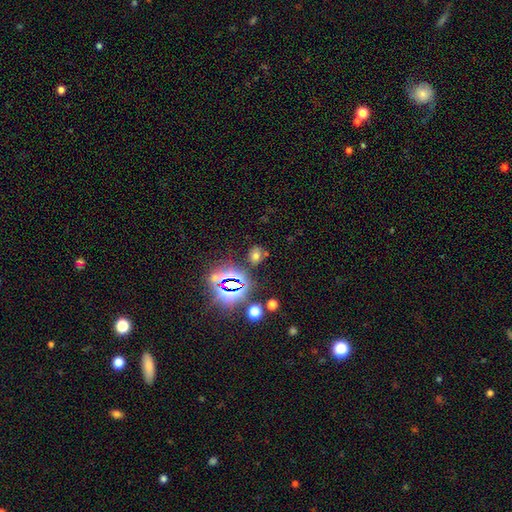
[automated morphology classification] Smooth or featured: smooth — 55% (star or artifact — 35%)
How rounded: in between — 50% (round — 48%)
Merging: none — 78% (minor disturbance — 12%)